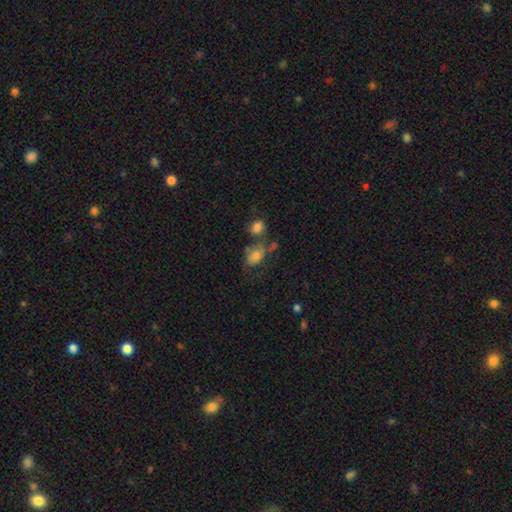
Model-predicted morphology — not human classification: Overall: smooth (73%). How rounded: in between (78%). Merging: none (37%; merger 24%).